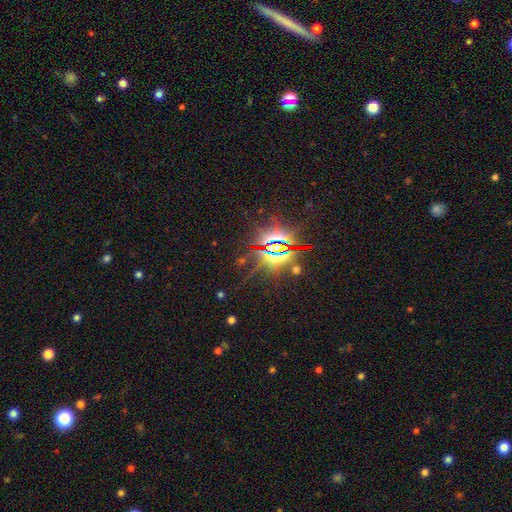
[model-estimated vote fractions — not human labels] smooth-or-featured: star or artifact: 86% | smooth: 8% | featured or disk: 6%